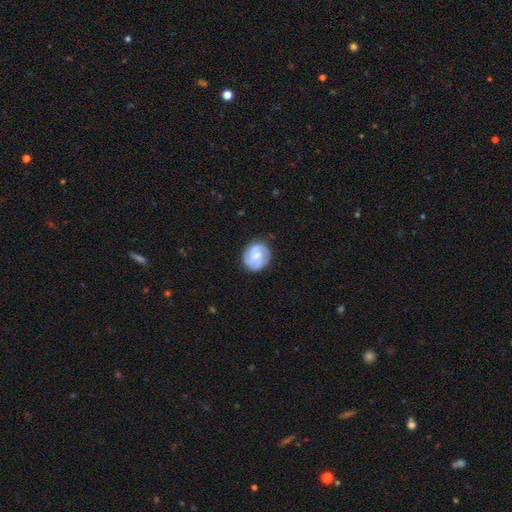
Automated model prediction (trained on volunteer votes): smooth-or-featured: featured or disk: 68% | smooth: 26% | star or artifact: 6%
  disk-edge-on: no: 98% | yes: 2%
    bar: no: 60% | weak: 35% | strong: 6%
    has-spiral-arms: yes: 91% | no: 9%
      spiral-winding: tight: 52% | medium: 38% | loose: 10%
      spiral-arm-count: 2: 36% | 3: 32% | can't tell: 20% | 4: 5% | 1: 4% | more than 4: 4%
    bulge-size: small: 39% | moderate: 37% | none: 16% | large: 6% | dominant: 1%
  merging: none: 78% | minor disturbance: 16% | major disturbance: 5% | merger: 1%